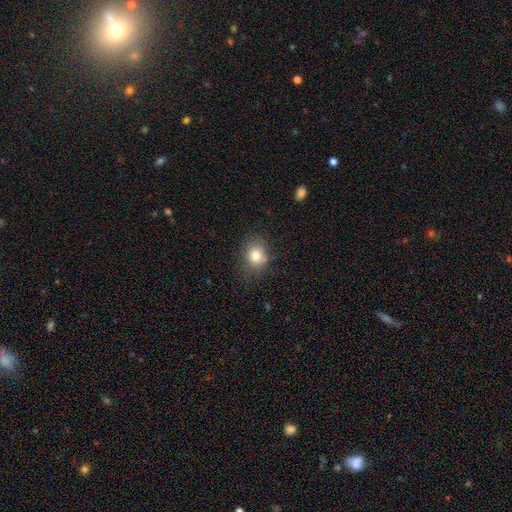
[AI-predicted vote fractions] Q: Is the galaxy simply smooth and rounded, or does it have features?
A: smooth — 80%.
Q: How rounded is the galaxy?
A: round — 62%.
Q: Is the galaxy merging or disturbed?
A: none — 76%.